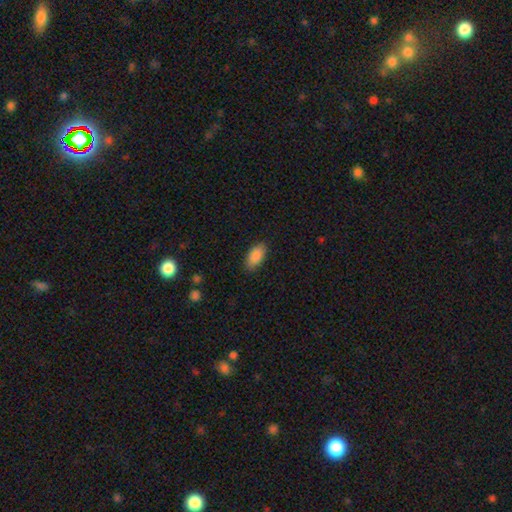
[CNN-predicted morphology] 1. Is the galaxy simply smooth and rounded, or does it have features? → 88% smooth, 6% star or artifact, 5% featured or disk.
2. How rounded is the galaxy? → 93% in between, 4% cigar-shaped, 3% round.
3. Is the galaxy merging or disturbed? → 87% none, 10% minor disturbance, 2% major disturbance, 1% merger.